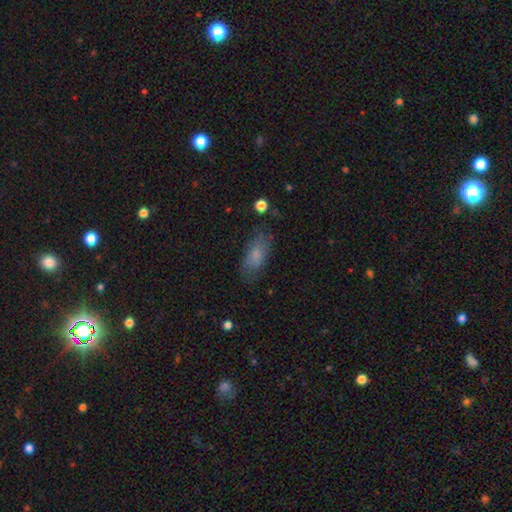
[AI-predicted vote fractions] Smooth or featured? smooth (75%)
How rounded? in between (84%)
Merging? none (70%)